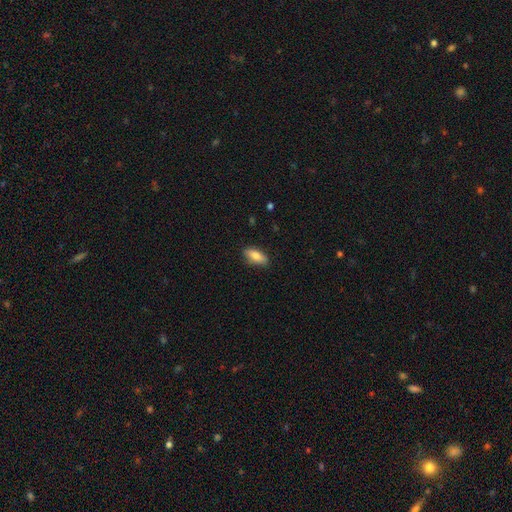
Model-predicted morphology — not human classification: The model was most divided on "how rounded": in between: 82%, cigar-shaped: 15%, round: 3%. More confident: merging — none (83%); smooth or featured — smooth (82%).